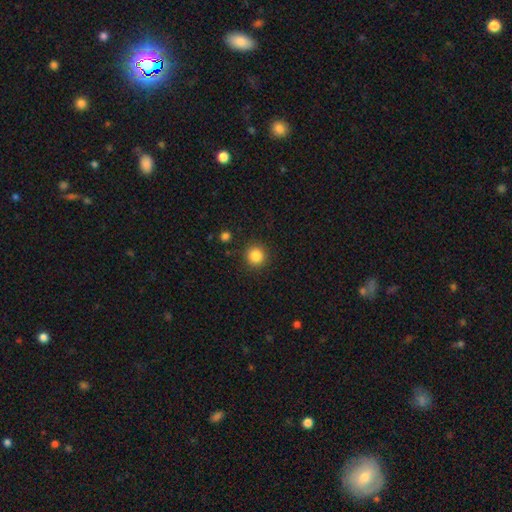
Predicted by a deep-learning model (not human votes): Smooth or featured: smooth — 85% (star or artifact — 10%)
How rounded: round — 95% (in between — 4%)
Merging: none — 90% (minor disturbance — 6%)